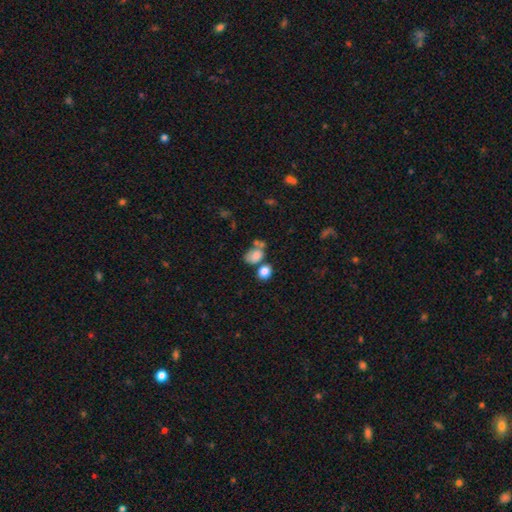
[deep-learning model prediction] smooth-or-featured: smooth: 78% | star or artifact: 11% | featured or disk: 11%
  how-rounded: in between: 67% | round: 32% | cigar-shaped: 1%
  merging: none: 38% | merger: 34% | minor disturbance: 18% | major disturbance: 10%